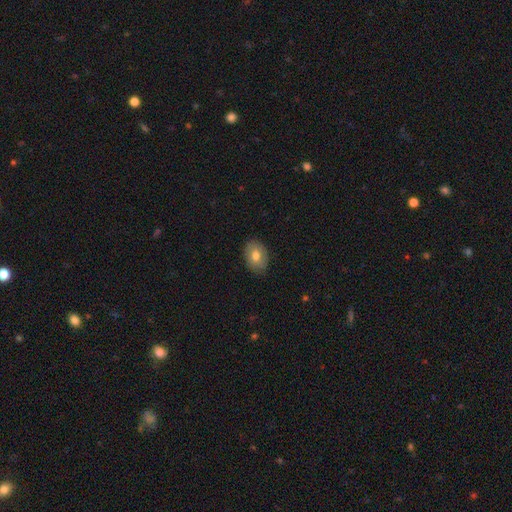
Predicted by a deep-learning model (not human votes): This appears to be a smooth galaxy with no disk features (74%) that is in between round and cigar-shaped (76%). Merging: none (86%).